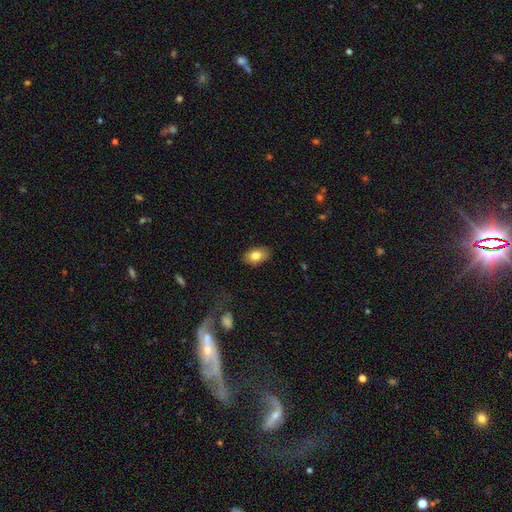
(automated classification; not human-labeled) smooth_or_featured: smooth (p=0.81) [alt: featured or disk p=0.11]
how_rounded: in between (p=0.88) [alt: round p=0.10]
merging: none (p=0.86) [alt: minor disturbance p=0.10]